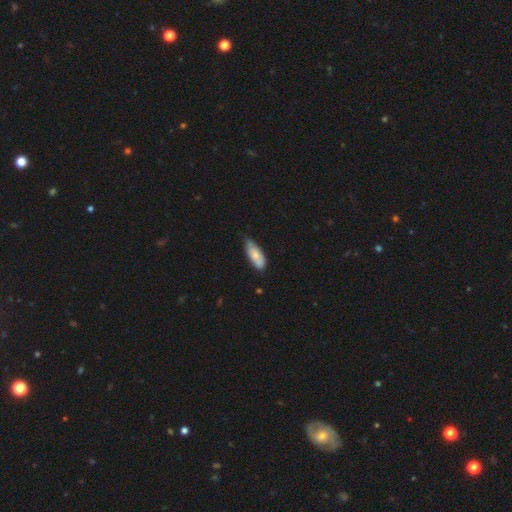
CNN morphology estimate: smooth 74%, featured or disk 20%, star or artifact 6%. Down the decision tree: how rounded — in between (78%); merging — none (59%).